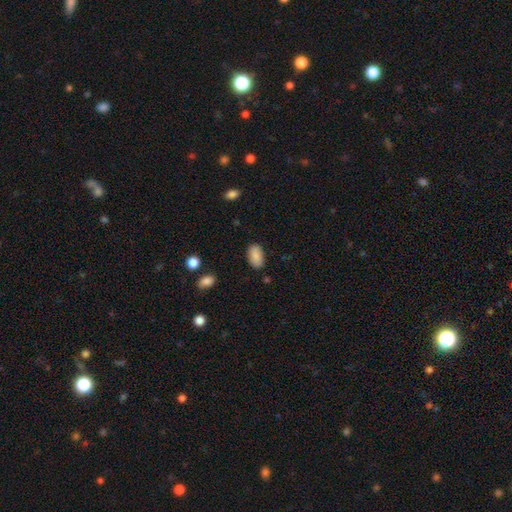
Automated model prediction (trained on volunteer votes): Smooth or featured: smooth — 89% (star or artifact — 7%)
How rounded: in between — 94% (round — 4%)
Merging: none — 85% (minor disturbance — 11%)